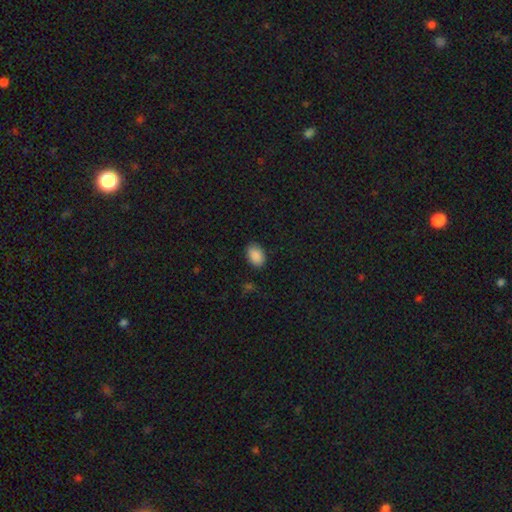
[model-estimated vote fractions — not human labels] smooth-or-featured: smooth: 89% | star or artifact: 8% | featured or disk: 3%
  how-rounded: in between: 86% | round: 13% | cigar-shaped: 1%
  merging: none: 86% | minor disturbance: 10% | major disturbance: 2% | merger: 1%